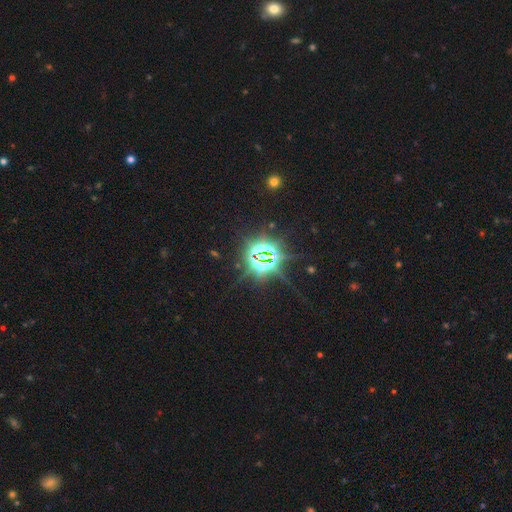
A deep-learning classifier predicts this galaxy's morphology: Overall: star or artifact (83%).